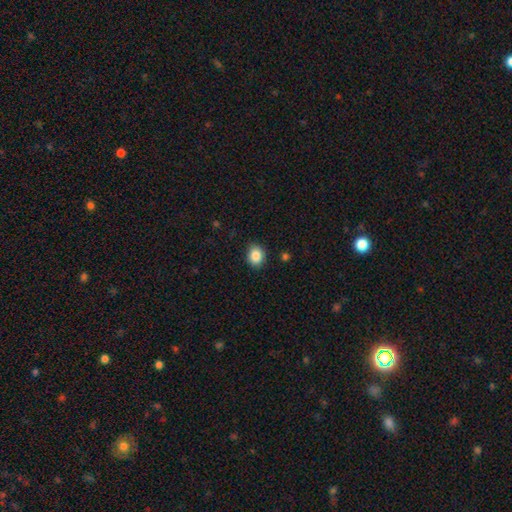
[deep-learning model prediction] This appears to be a smooth galaxy with no disk features (86%) that is round (60%). Merging: none (87%).